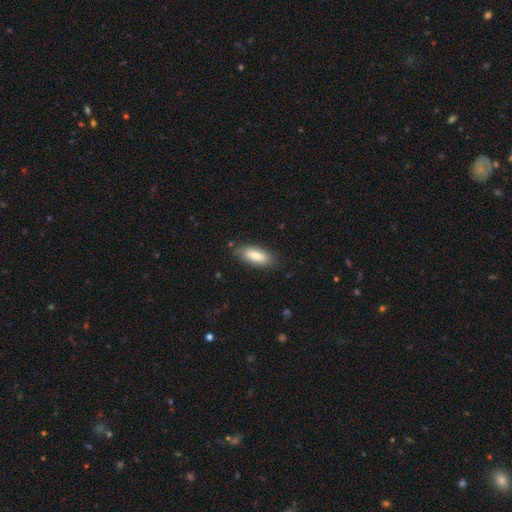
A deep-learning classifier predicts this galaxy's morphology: smooth 82%, featured or disk 11%, star or artifact 6%. Down the decision tree: how rounded — in between (74%); merging — none (78%).